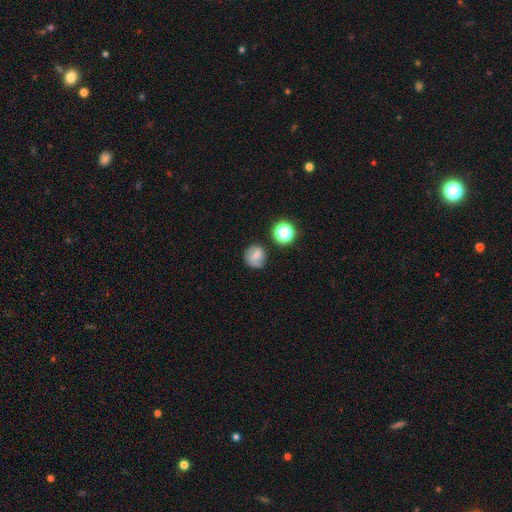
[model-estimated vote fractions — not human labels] Q: Smooth or featured?
A: smooth (54%); runner-up: featured or disk (33%)
Q: How rounded?
A: round (87%); runner-up: in between (12%)
Q: Merging?
A: none (76%); runner-up: minor disturbance (16%)